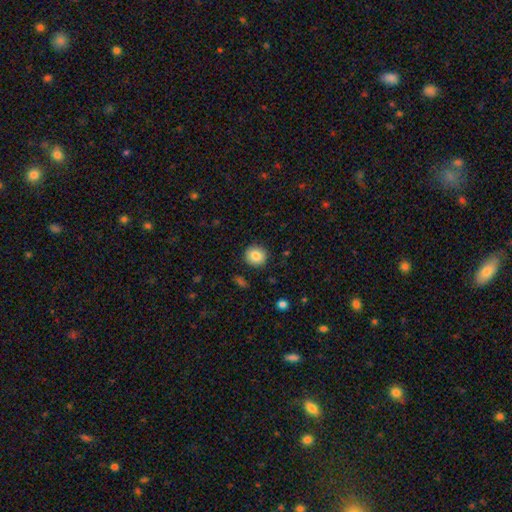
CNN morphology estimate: This is clearly a smooth galaxy (85%). How rounded: clearly round (89%). Merging: clearly none (89%).